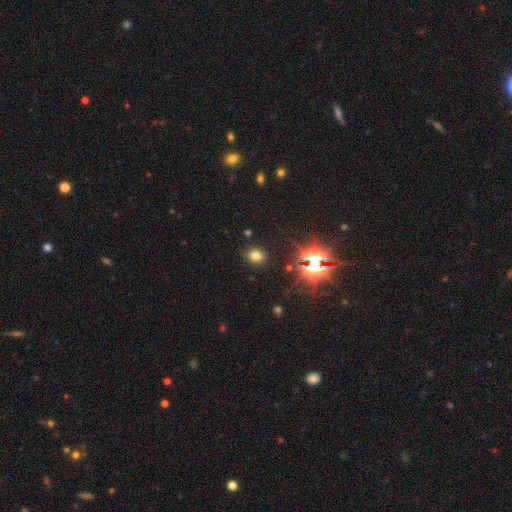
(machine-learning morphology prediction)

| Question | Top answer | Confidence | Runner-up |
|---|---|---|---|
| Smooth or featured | smooth | 70% | star or artifact (23%) |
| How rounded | in between | 52% | round (47%) |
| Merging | none | 86% | minor disturbance (9%) |